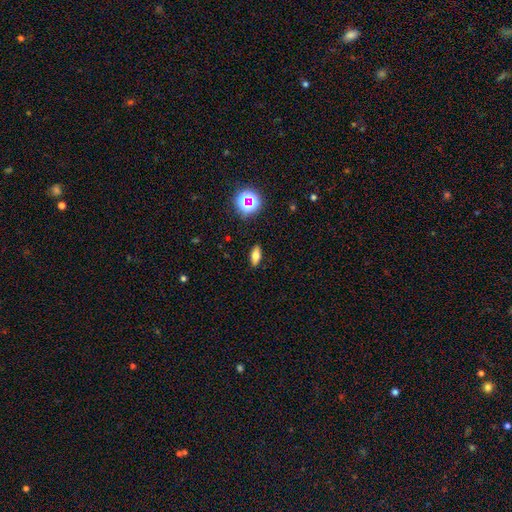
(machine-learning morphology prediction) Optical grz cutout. It shows a smooth galaxy with no disk features (67%) that is in between round and cigar-shaped (78%). Merging: none (89%).